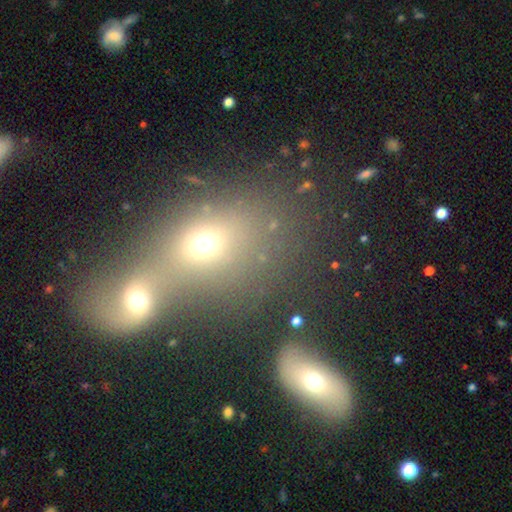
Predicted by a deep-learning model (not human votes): Q: Smooth or featured?
A: smooth (58%); runner-up: featured or disk (22%)
Q: How rounded?
A: in between (53%); runner-up: round (45%)
Q: Merging?
A: merger (60%); runner-up: none (27%)